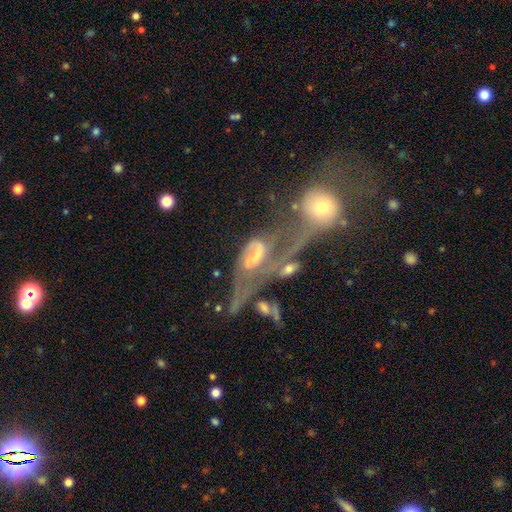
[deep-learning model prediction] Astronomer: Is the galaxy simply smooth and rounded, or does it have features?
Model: featured or disk — 70%.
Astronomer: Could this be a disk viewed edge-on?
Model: no — 93%.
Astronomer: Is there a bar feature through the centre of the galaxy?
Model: no — 43% (runner-up: weak, 36%).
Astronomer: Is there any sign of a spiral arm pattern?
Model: yes — 72%.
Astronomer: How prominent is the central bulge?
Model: small — 36% (runner-up: moderate, 34%).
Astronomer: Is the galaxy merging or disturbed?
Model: merger — 53%.